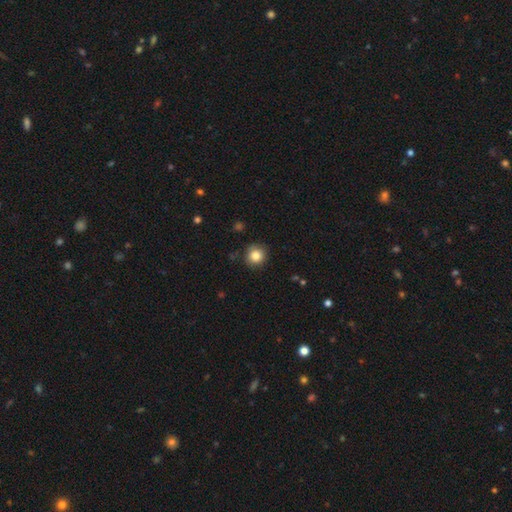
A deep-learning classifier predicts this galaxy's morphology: smooth-or-featured: smooth: 84% | star or artifact: 10% | featured or disk: 6%
  how-rounded: round: 93% | in between: 6% | cigar-shaped: 1%
  merging: none: 89% | minor disturbance: 8% | major disturbance: 2% | merger: 1%